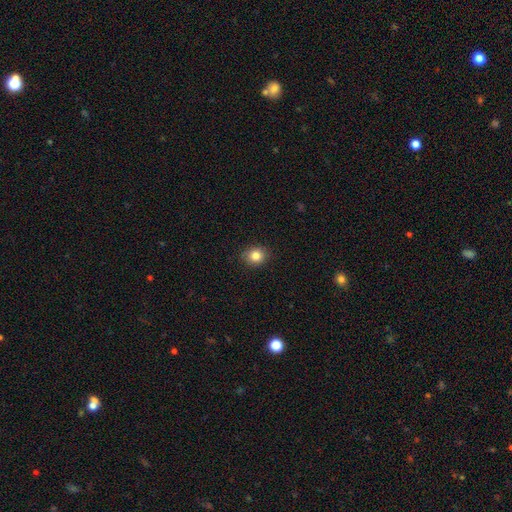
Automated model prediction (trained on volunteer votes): The model was most divided on "how rounded": round: 74%, in between: 25%, cigar-shaped: 1%. More confident: merging — none (88%); smooth or featured — smooth (83%).